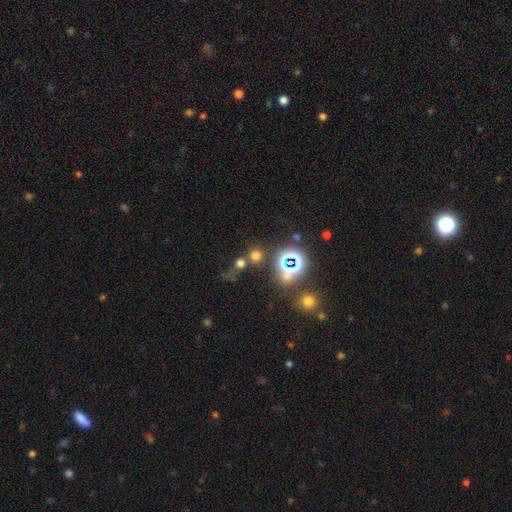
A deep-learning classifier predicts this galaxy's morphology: smooth 58%, star or artifact 35%, featured or disk 8%. Down the decision tree: how rounded — round (89%); merging — none (68%).